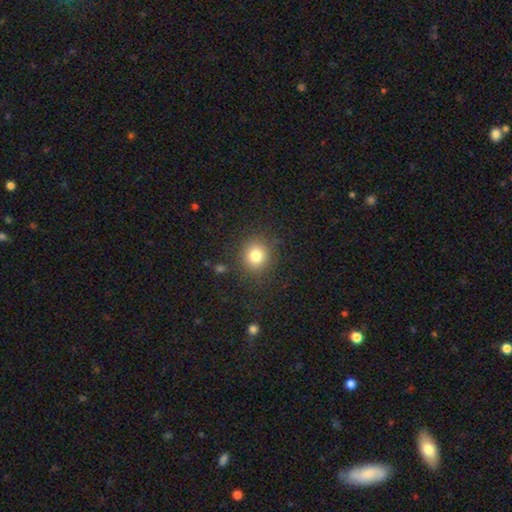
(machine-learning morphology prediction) smooth_or_featured: smooth (p=0.81) [alt: star or artifact p=0.12]
how_rounded: round (p=0.85) [alt: in between p=0.14]
merging: none (p=0.86) [alt: minor disturbance p=0.09]